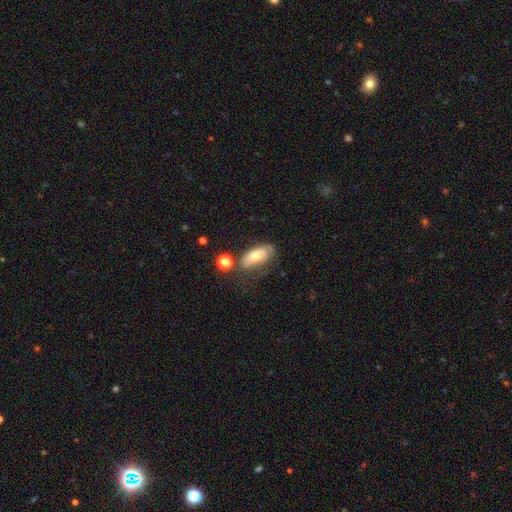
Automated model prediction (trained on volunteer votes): Smooth or featured? smooth (60%)
How rounded? in between (86%)
Merging? none (53%)